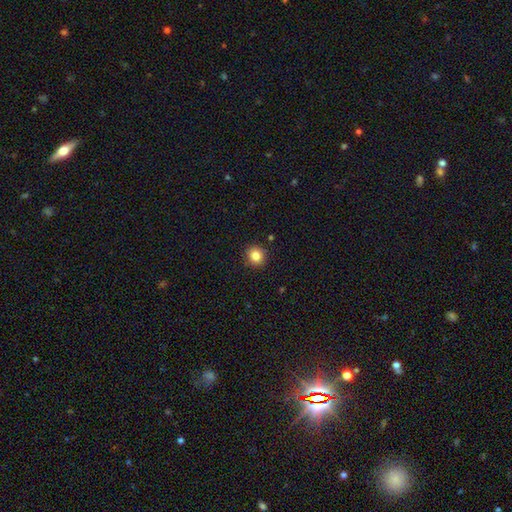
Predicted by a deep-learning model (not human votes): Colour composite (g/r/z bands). It shows a smooth galaxy with no disk features (84%) that is round (90%). Merging: none (91%).